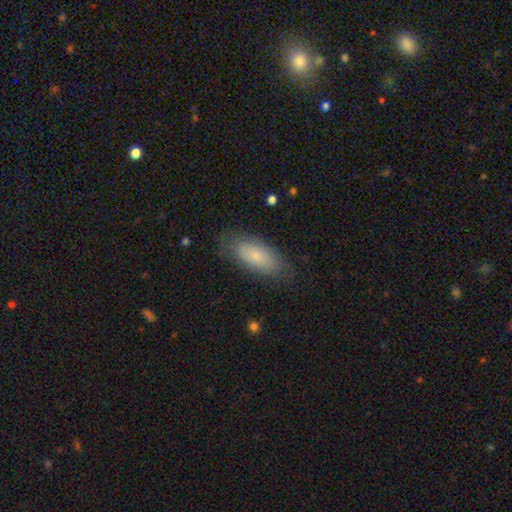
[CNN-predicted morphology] Overall: smooth (74%). How rounded: in between (84%). Merging: none (78%).